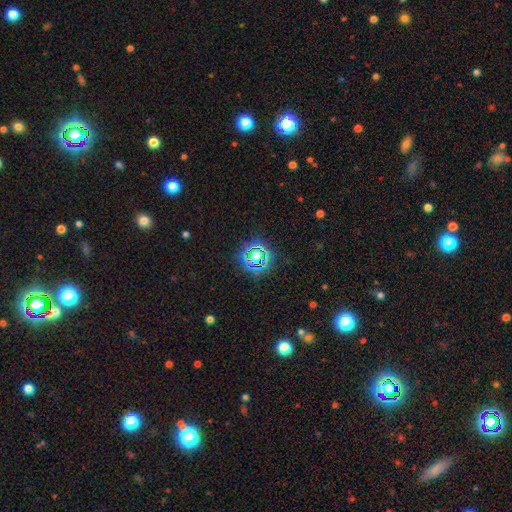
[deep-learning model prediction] Smooth or featured? Predicted: star or artifact (p=0.66).